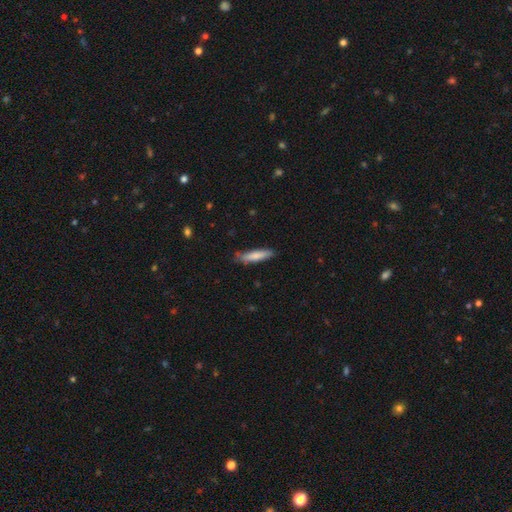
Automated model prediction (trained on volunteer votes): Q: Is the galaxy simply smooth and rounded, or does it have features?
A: smooth — 80%.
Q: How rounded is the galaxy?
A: cigar-shaped — 81%.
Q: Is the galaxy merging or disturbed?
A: none — 80%.